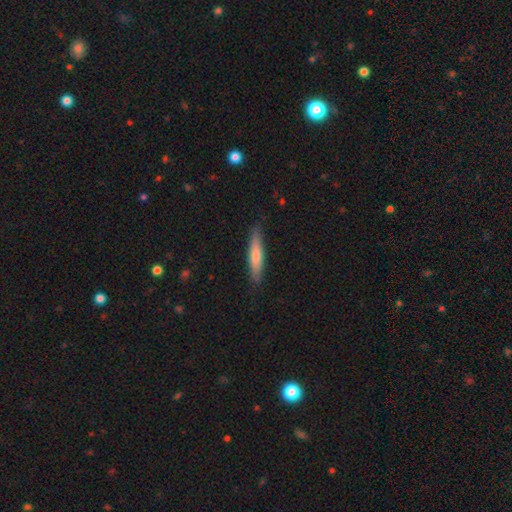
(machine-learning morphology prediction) Smooth or featured? smooth (64%)
How rounded? cigar-shaped (88%)
Merging? none (88%)